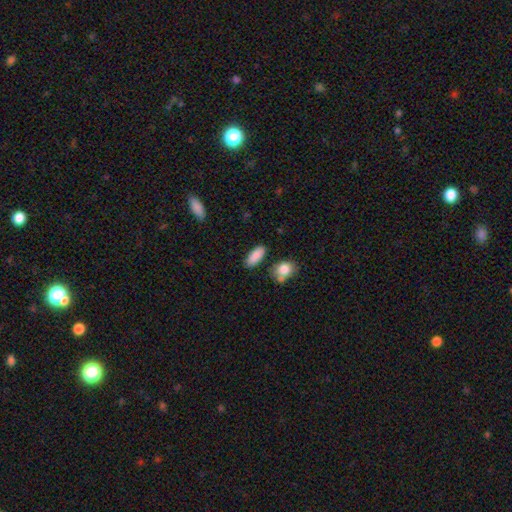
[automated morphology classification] Q: Smooth or featured?
A: smooth (88%); runner-up: star or artifact (7%)
Q: How rounded?
A: in between (79%); runner-up: cigar-shaped (18%)
Q: Merging?
A: none (82%); runner-up: minor disturbance (11%)